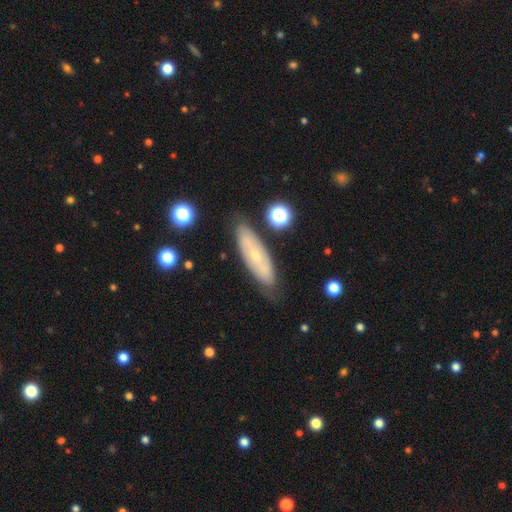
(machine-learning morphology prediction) This is possibly a featured or disk galaxy (57%). It is likely not viewed edge-on (71%). Merging: likely none (79%).